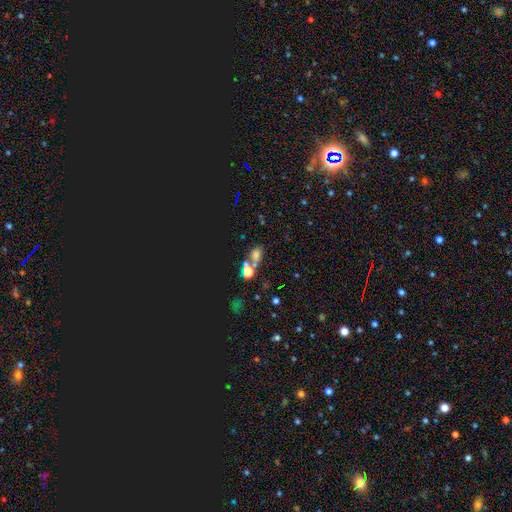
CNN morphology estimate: Smooth or featured? Predicted: smooth (p=0.46). Merging? Predicted: none (p=0.54).